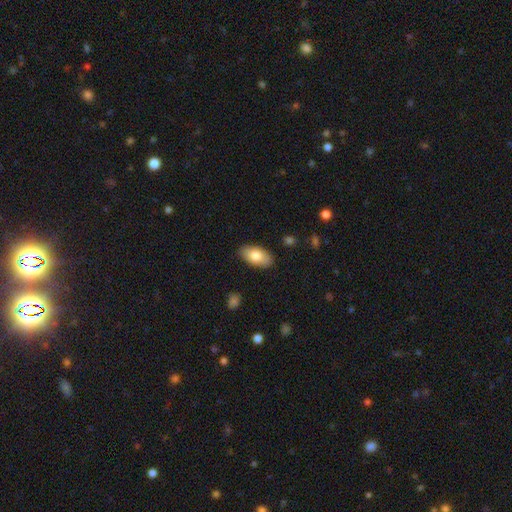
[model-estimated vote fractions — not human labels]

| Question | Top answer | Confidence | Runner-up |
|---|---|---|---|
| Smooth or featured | smooth | 79% | featured or disk (15%) |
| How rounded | in between | 94% | round (3%) |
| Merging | none | 86% | minor disturbance (11%) |